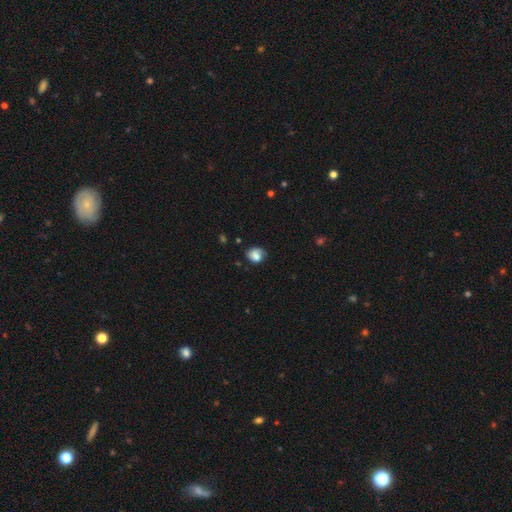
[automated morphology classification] Overall: smooth (74%). How rounded: round (58%; in between 41%). Merging: none (57%; minor disturbance 30%).